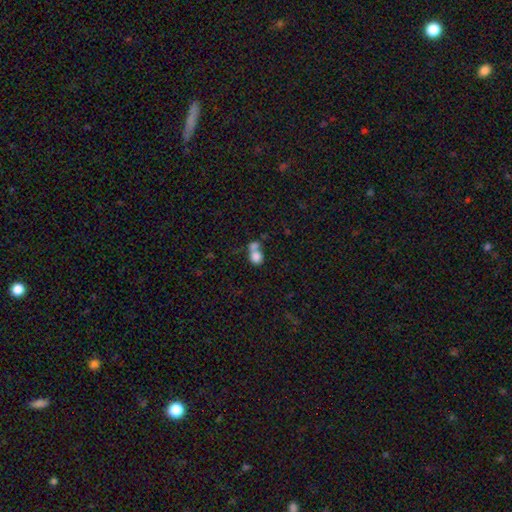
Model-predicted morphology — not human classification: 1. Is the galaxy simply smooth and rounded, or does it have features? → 80% smooth, 11% featured or disk, 10% star or artifact.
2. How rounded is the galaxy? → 66% round, 32% in between, 1% cigar-shaped.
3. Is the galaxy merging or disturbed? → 62% merger, 26% none, 7% minor disturbance, 5% major disturbance.